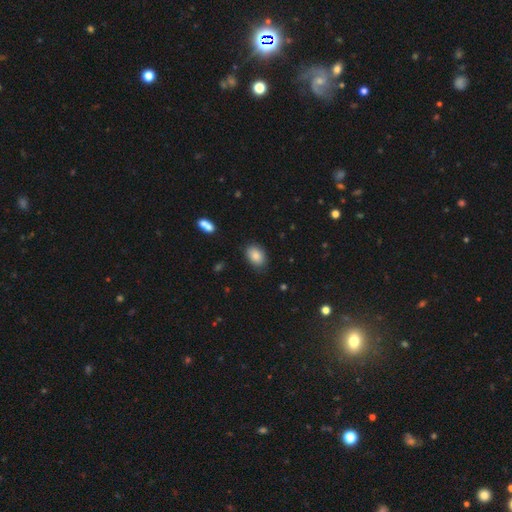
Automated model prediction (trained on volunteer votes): This is clearly a smooth galaxy (85%). How rounded: likely in between (79%). Merging: clearly none (81%).